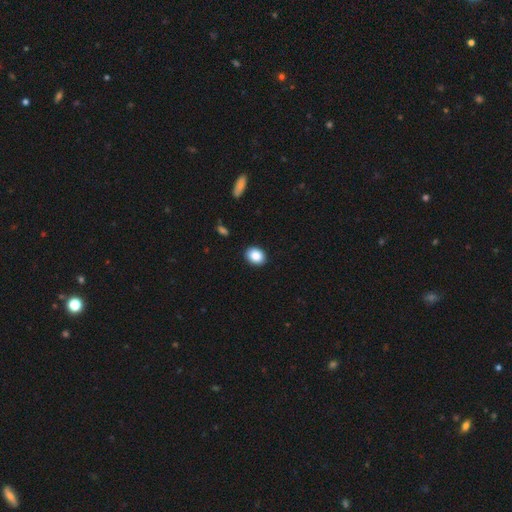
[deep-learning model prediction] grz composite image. It shows a smooth galaxy with no disk features (88%) that is in between round and cigar-shaped (55%). Merging: none (90%).